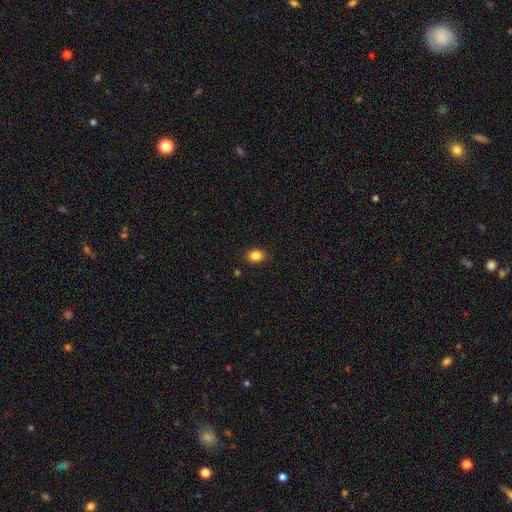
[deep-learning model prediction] A smooth galaxy with no disk features (85%) that is in between round and cigar-shaped (66%).

Vote fractions:
- Smooth or featured? smooth: 85% / star or artifact: 10% / featured or disk: 5%
- How rounded? in between: 66% / round: 33% / cigar-shaped: 1%
- Merging? none: 89% / minor disturbance: 8% / major disturbance: 2% / merger: 1%